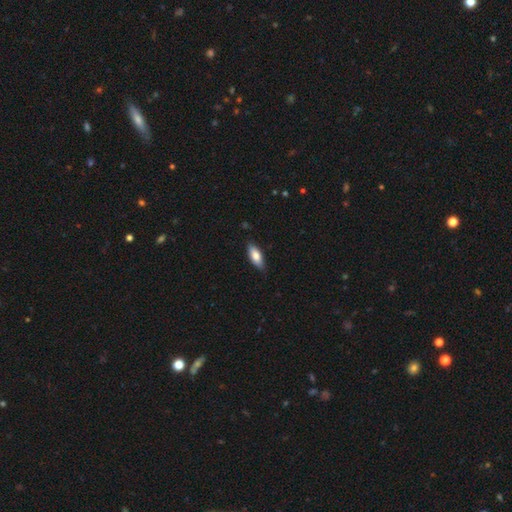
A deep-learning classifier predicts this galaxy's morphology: Q: Smooth or featured?
A: smooth (77%); runner-up: featured or disk (17%)
Q: How rounded?
A: in between (78%); runner-up: cigar-shaped (20%)
Q: Merging?
A: none (82%); runner-up: minor disturbance (15%)